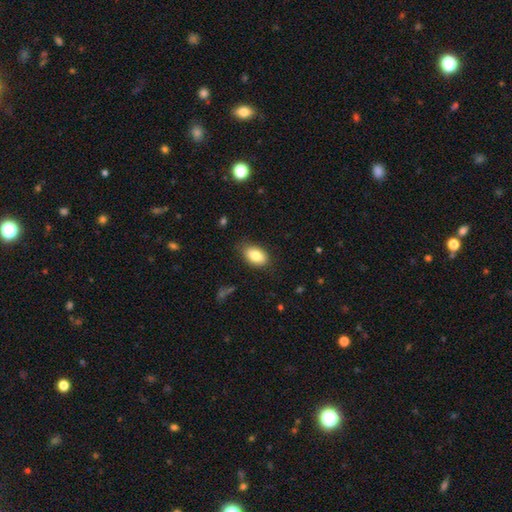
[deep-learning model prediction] smooth-or-featured: smooth: 82% | featured or disk: 11% | star or artifact: 7%
  how-rounded: in between: 90% | round: 8% | cigar-shaped: 2%
  merging: none: 80% | minor disturbance: 16% | major disturbance: 3% | merger: 1%